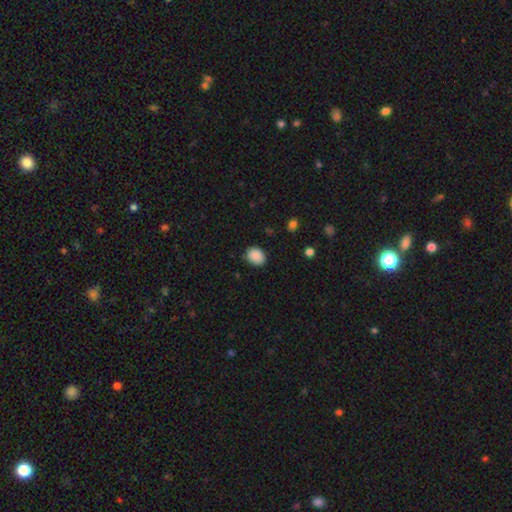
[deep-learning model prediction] Morphology: type=smooth (89%); roundness=in between (52%); merging=none (82%).